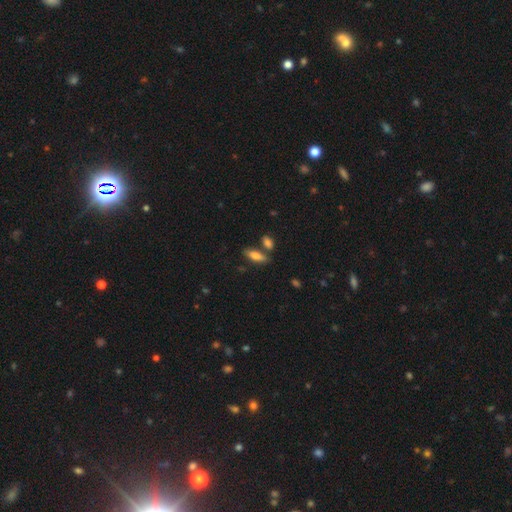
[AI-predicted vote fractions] Smooth or featured? Predicted: smooth (p=0.73). How rounded? Predicted: in between (p=0.56). Merging? Predicted: none (p=0.69).